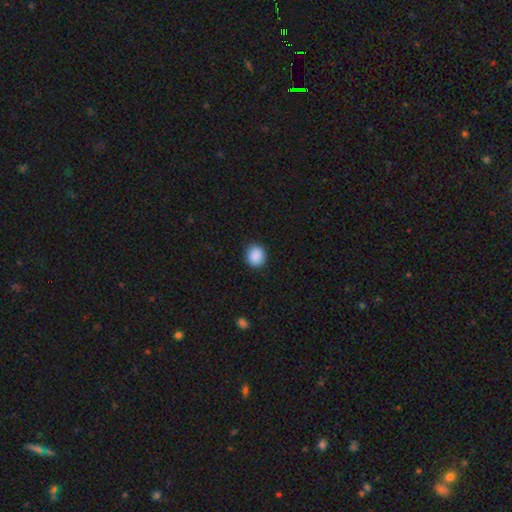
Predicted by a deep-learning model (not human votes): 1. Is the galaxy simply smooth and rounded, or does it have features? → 90% smooth, 8% star or artifact, 2% featured or disk.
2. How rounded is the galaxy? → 78% round, 21% in between, 1% cigar-shaped.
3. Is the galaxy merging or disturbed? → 90% none, 7% minor disturbance, 2% major disturbance, 1% merger.